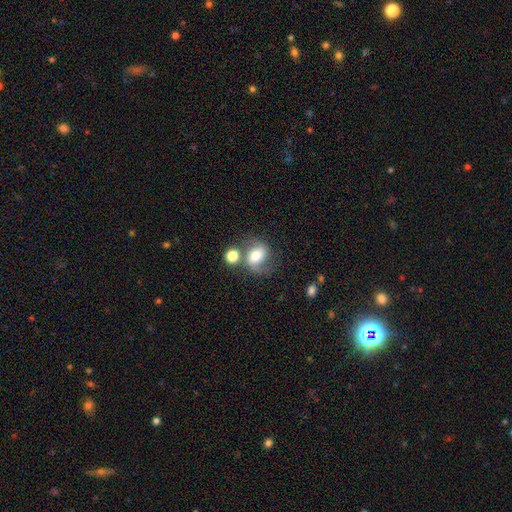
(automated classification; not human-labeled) Q: Smooth or featured?
A: smooth (49%); runner-up: featured or disk (41%)
Q: Merging?
A: none (47%); runner-up: merger (25%)